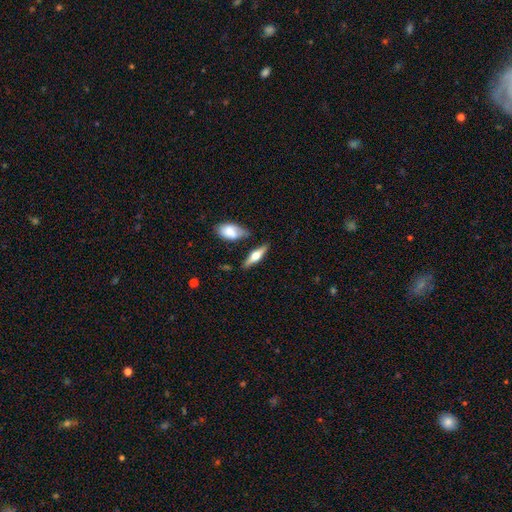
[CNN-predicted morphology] featured or disk 58%, smooth 36%, star or artifact 6%. Down the decision tree: edge-on disk — yes (94%); edge-on bulge — rounded (94%); merging — none (79%).